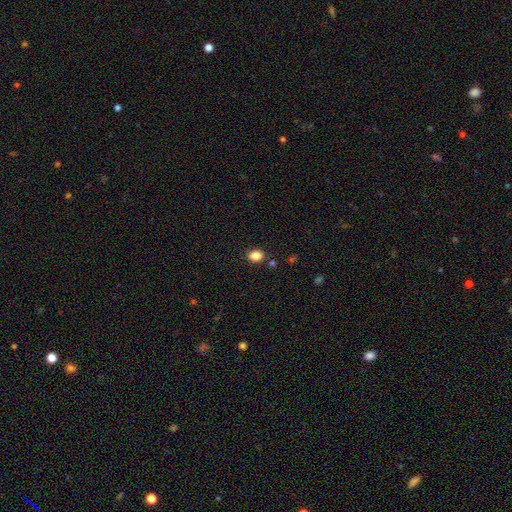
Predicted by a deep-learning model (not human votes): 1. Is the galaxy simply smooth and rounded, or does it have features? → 85% smooth, 11% star or artifact, 5% featured or disk.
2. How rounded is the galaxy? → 65% in between, 34% round, 1% cigar-shaped.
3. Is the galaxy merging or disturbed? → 84% none, 9% minor disturbance, 4% merger, 2% major disturbance.